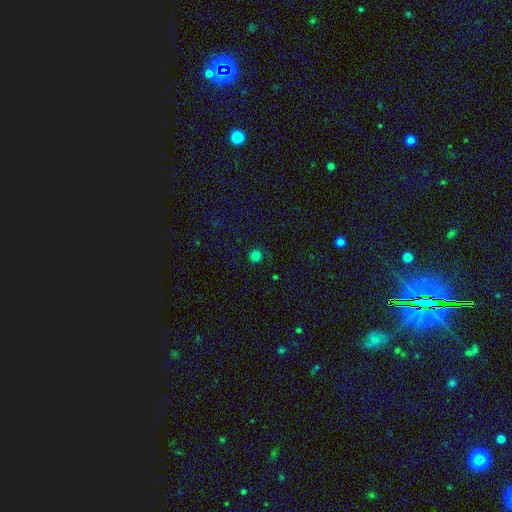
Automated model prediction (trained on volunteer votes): Smooth or featured? smooth (80%)
How rounded? round (95%)
Merging? none (90%)